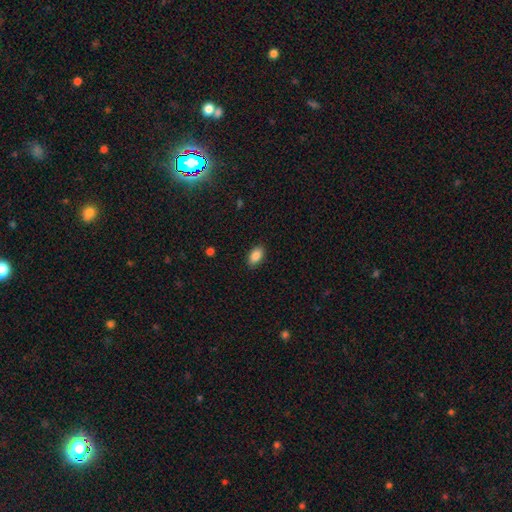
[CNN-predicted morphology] Smooth or featured? Predicted: smooth (p=0.88). How rounded? Predicted: in between (p=0.92). Merging? Predicted: none (p=0.88).